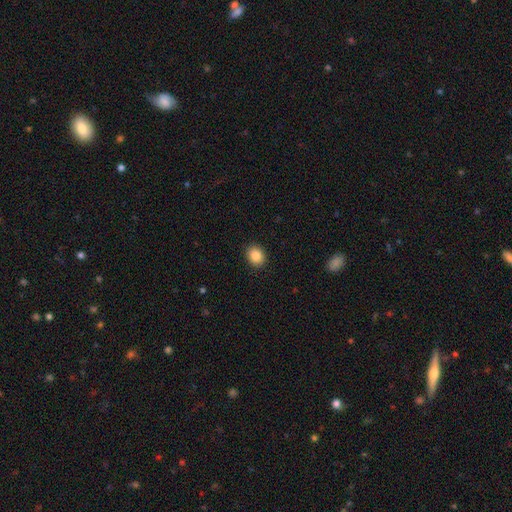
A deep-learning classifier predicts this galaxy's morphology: Smooth or featured: smooth — 87% (star or artifact — 9%)
How rounded: round — 56% (in between — 43%)
Merging: none — 91% (minor disturbance — 6%)